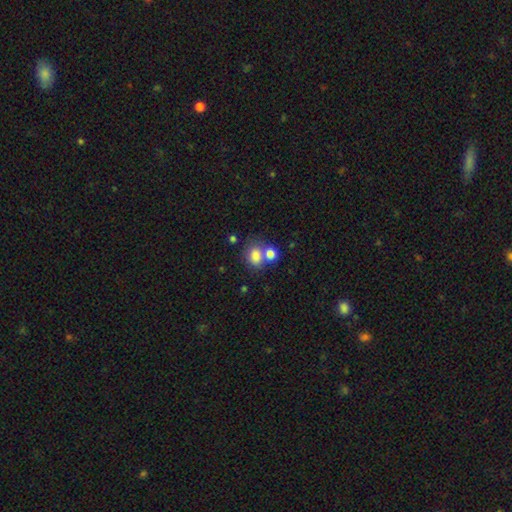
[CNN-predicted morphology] A smooth galaxy with no disk features (81%) that is in between round and cigar-shaped (57%).

Vote fractions:
- Smooth or featured? smooth: 81% / star or artifact: 11% / featured or disk: 8%
- How rounded? in between: 57% / round: 42% / cigar-shaped: 1%
- Merging? none: 45% / merger: 39% / minor disturbance: 11% / major disturbance: 5%